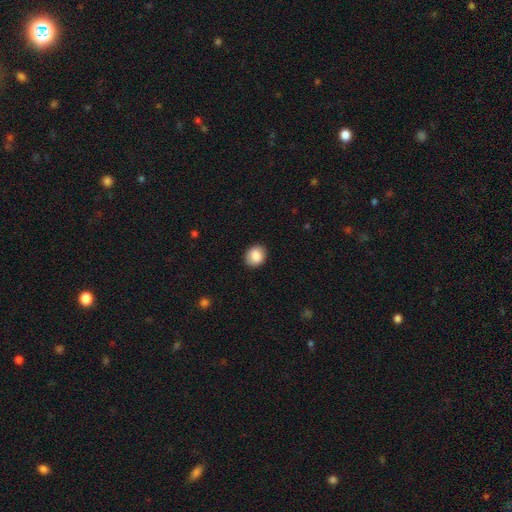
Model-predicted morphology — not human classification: smooth-or-featured: smooth: 86% | star or artifact: 8% | featured or disk: 6%
  how-rounded: round: 54% | in between: 46% | cigar-shaped: 1%
  merging: none: 87% | minor disturbance: 9% | major disturbance: 2% | merger: 1%